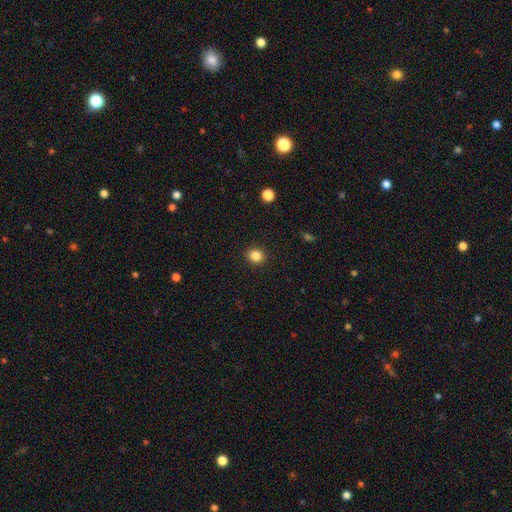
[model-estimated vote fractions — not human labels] Smooth or featured? Predicted: smooth (p=0.85). How rounded? Predicted: round (p=0.80). Merging? Predicted: none (p=0.91).